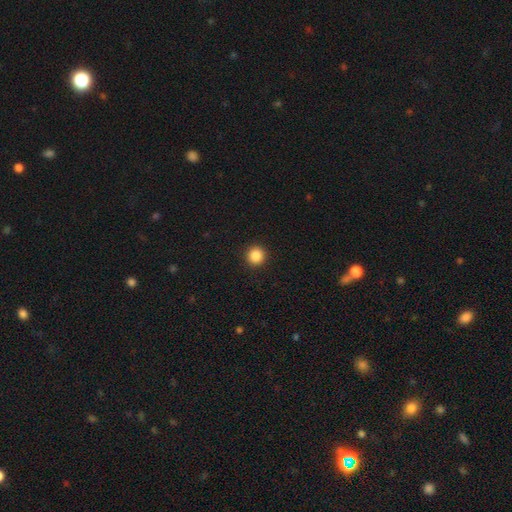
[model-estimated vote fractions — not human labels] A smooth galaxy with no disk features (86%) that is round (95%). Merging: none (93%).